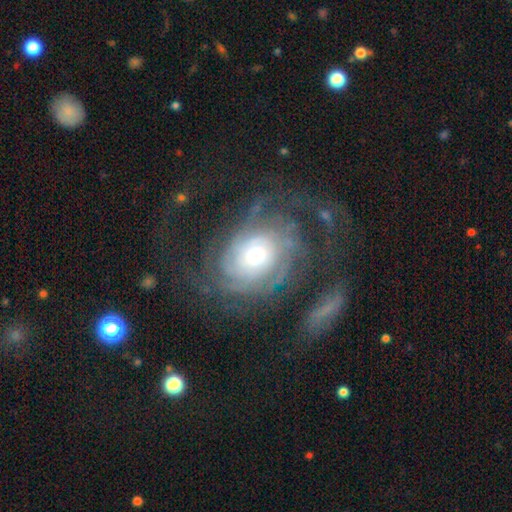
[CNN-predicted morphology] The model was most divided on "spiral arm count": can't tell: 39%, 2: 16%, 3: 16%, 4: 13%, more than 4: 9%, 1: 7%. More confident: edge-on disk — no (96%); spiral arms — yes (93%); smooth or featured — featured or disk (84%); bar — no (77%); spiral winding — tight (64%); bulge size — moderate (61%); merging — none (57%).